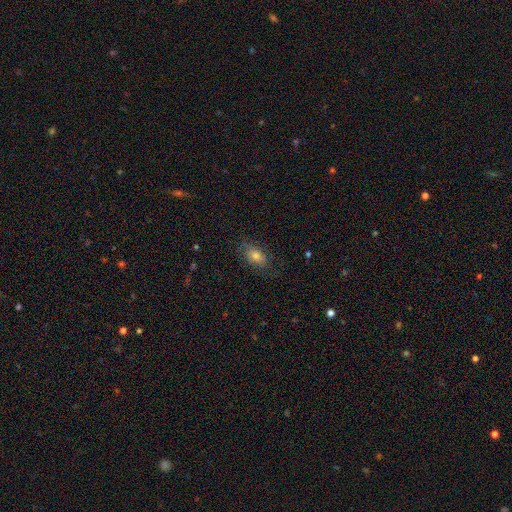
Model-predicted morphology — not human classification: Smooth or featured? Predicted: smooth (p=0.56). How rounded? Predicted: in between (p=0.86). Merging? Predicted: none (p=0.73).